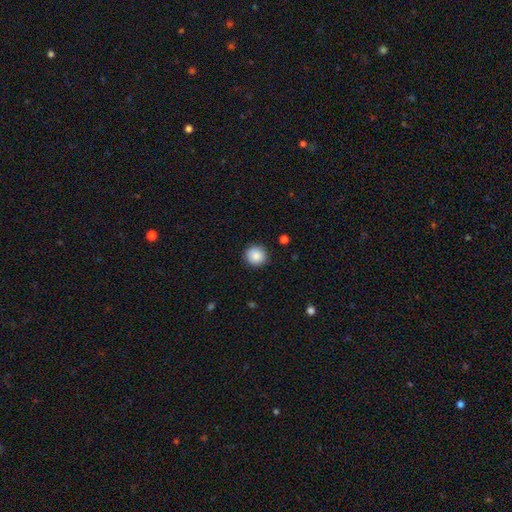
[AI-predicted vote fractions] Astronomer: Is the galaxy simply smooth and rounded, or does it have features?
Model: smooth — 87%.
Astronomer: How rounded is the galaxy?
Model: round — 93%.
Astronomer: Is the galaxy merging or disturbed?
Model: none — 90%.